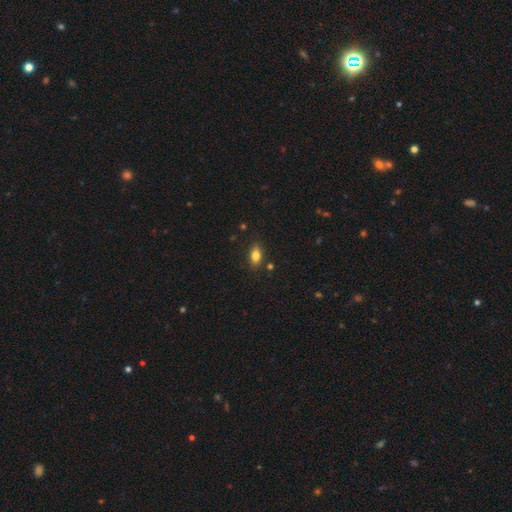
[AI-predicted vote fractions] Overall: smooth (81%). How rounded: in between (86%). Merging: none (84%).